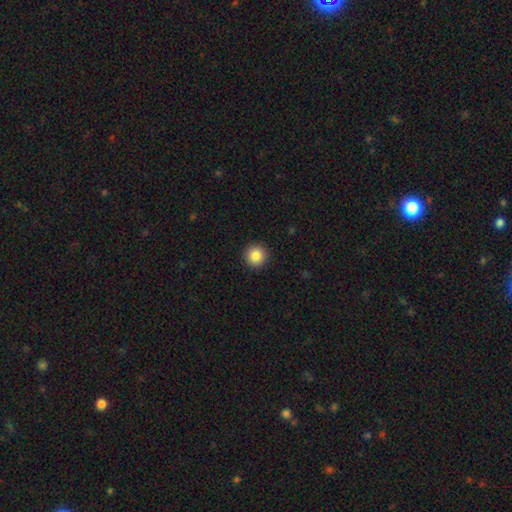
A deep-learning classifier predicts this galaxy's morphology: Smooth or featured: smooth — 86% (star or artifact — 10%)
How rounded: round — 96% (in between — 3%)
Merging: none — 93% (minor disturbance — 4%)